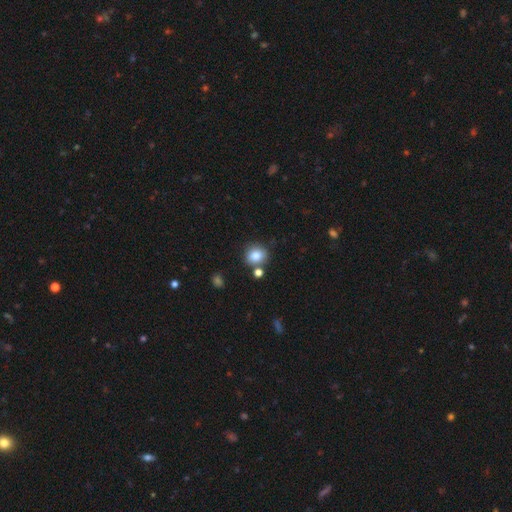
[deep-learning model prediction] smooth-or-featured: smooth: 83% | star or artifact: 10% | featured or disk: 7%
  how-rounded: round: 75% | in between: 24% | cigar-shaped: 1%
  merging: none: 74% | merger: 12% | minor disturbance: 11% | major disturbance: 3%